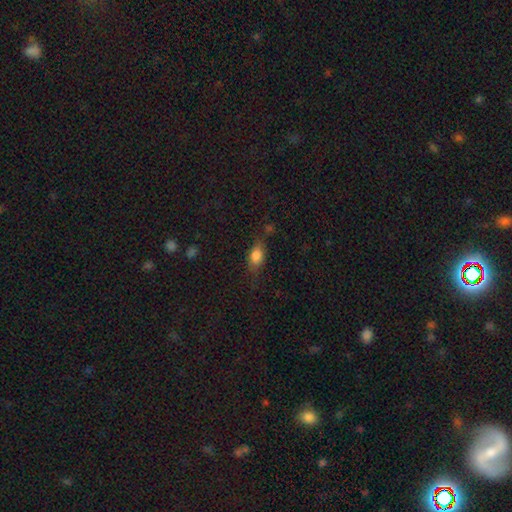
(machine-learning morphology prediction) Smooth or featured? Predicted: smooth (p=0.79). How rounded? Predicted: in between (p=0.80). Merging? Predicted: none (p=0.64).